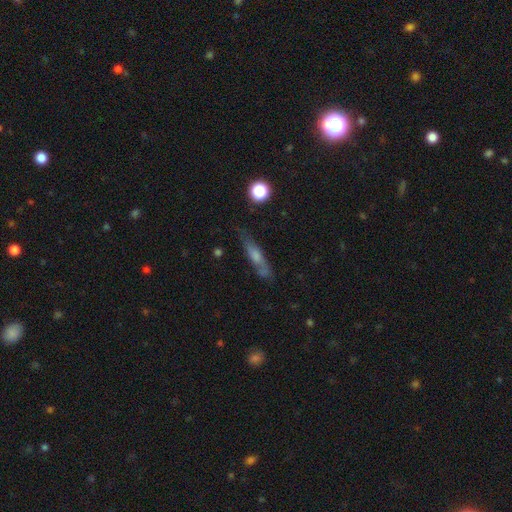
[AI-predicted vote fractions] A smooth galaxy with no disk features (45%).

Vote fractions:
- Smooth or featured? smooth: 45% / featured or disk: 43% / star or artifact: 12%
- Merging? none: 68% / minor disturbance: 20% / major disturbance: 7% / merger: 5%